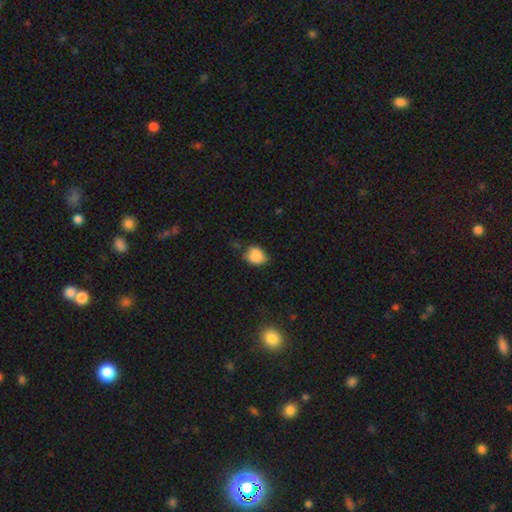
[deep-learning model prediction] Smooth or featured: smooth — 82% (star or artifact — 9%)
How rounded: in between — 56% (round — 42%)
Merging: none — 53% (minor disturbance — 34%)